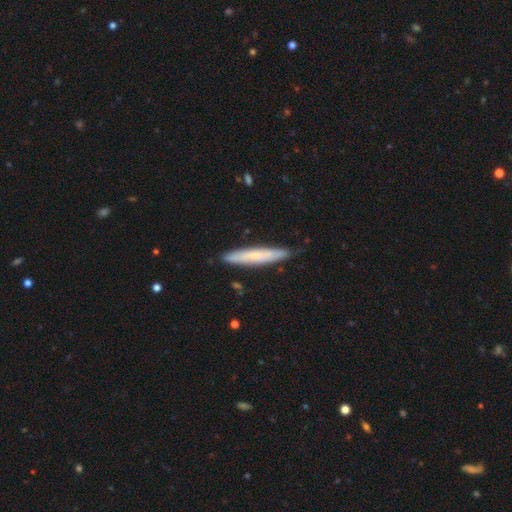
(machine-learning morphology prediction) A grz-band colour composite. It shows a smooth galaxy with no disk features (56%) that is cigar-shaped (93%). Merging: none (84%).